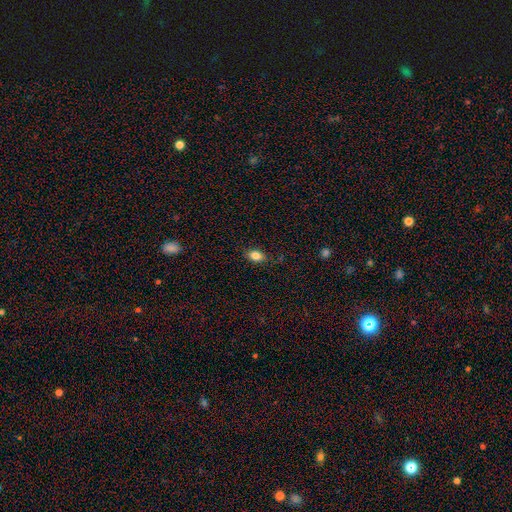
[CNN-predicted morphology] Smooth or featured: smooth — 83% (star or artifact — 9%)
How rounded: in between — 80% (round — 18%)
Merging: none — 81% (minor disturbance — 15%)